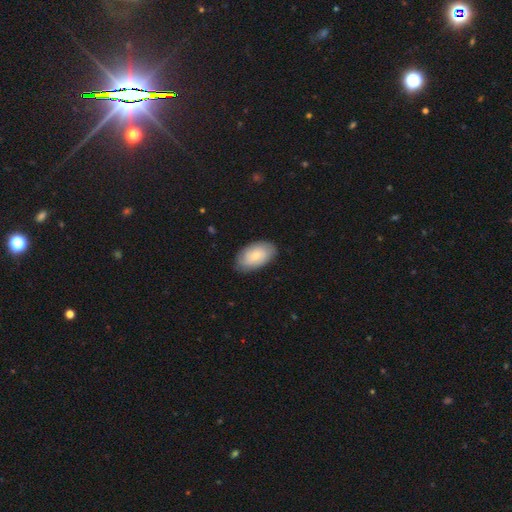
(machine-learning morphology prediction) Overall: smooth (65%; featured or disk 30%). How rounded: in between (94%). Merging: none (81%).